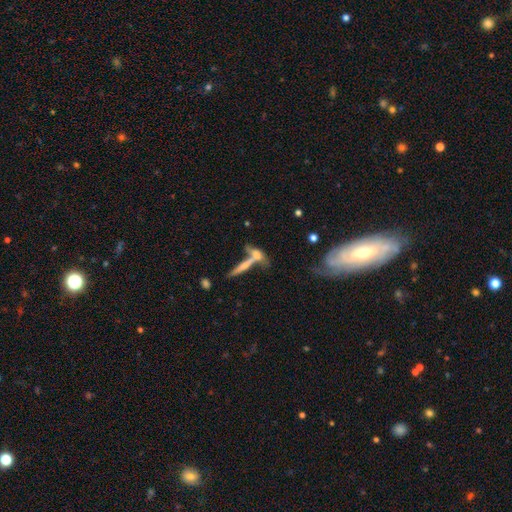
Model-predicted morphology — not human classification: Q: Smooth or featured?
A: smooth (45%); runner-up: featured or disk (44%)
Q: Merging?
A: merger (45%); runner-up: none (38%)